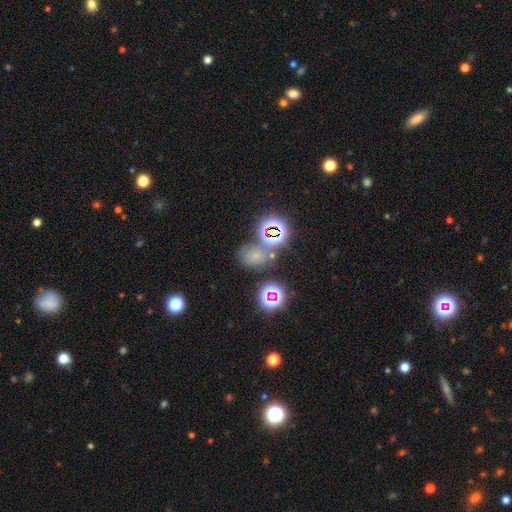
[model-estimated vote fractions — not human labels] This is possibly a smooth galaxy (53%). How rounded: possibly in between (51%). Merging: possibly none (54%).